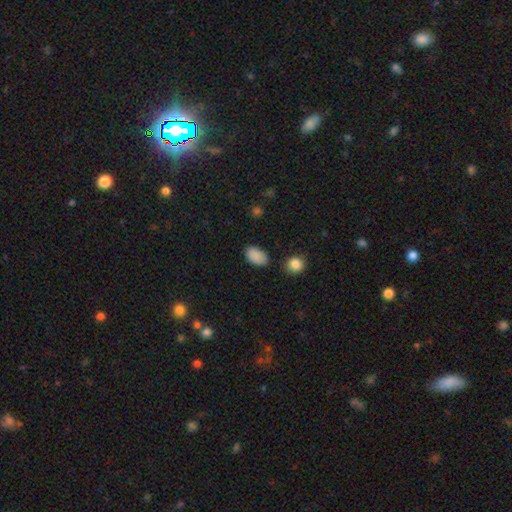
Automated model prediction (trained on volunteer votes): smooth 89%, star or artifact 8%, featured or disk 3%. Down the decision tree: how rounded — in between (92%); merging — none (81%).